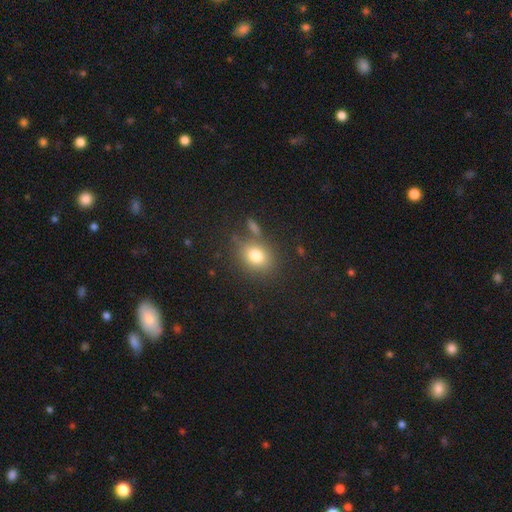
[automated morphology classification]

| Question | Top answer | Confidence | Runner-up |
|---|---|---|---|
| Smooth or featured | smooth | 79% | star or artifact (11%) |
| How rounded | round | 52% | in between (47%) |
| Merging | none | 73% | minor disturbance (13%) |